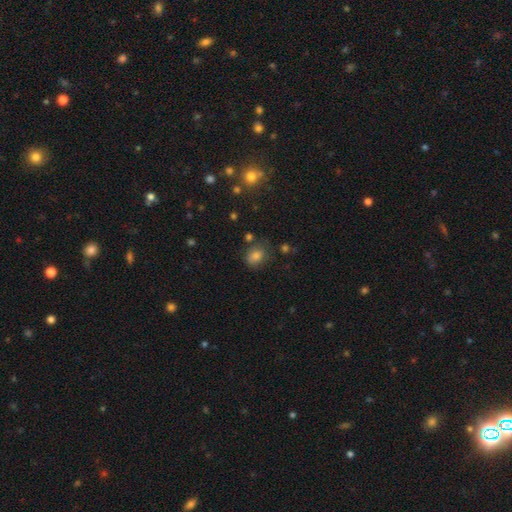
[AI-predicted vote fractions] smooth_or_featured: smooth (p=0.77) [alt: star or artifact p=0.15]
how_rounded: in between (p=0.57) [alt: round p=0.42]
merging: none (p=0.72) [alt: minor disturbance p=0.18]